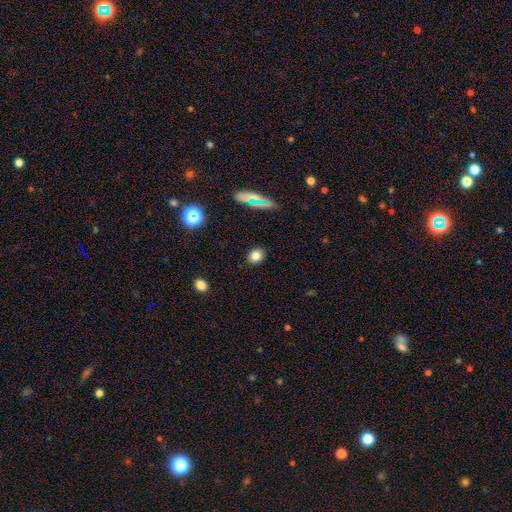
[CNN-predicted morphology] type=smooth (81%); roundness=round (65%); merging=none (89%).